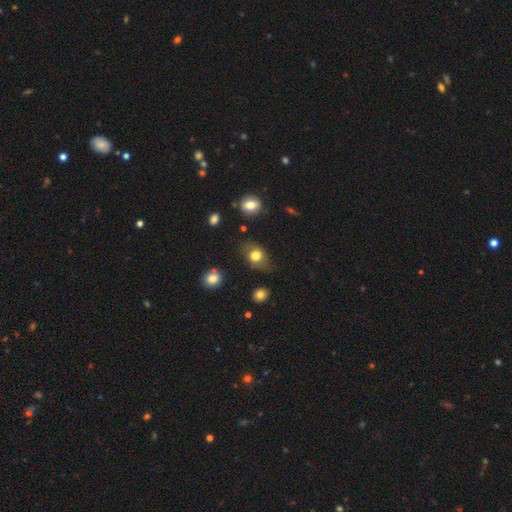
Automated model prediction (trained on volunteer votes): This appears to be a smooth galaxy with no disk features (74%) that is in between round and cigar-shaped (66%). Merging: none (73%).